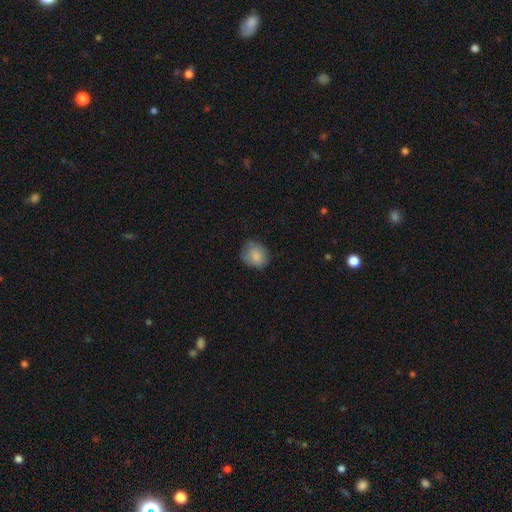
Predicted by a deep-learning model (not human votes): Overall: smooth (85%). How rounded: round (68%; in between 31%). Merging: none (71%).